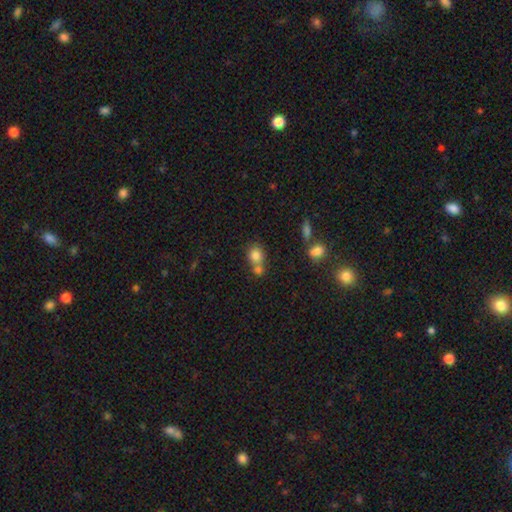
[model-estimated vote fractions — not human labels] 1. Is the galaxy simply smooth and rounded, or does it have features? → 81% smooth, 11% star or artifact, 8% featured or disk.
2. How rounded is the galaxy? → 69% round, 30% in between, 1% cigar-shaped.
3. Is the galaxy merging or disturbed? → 44% none, 43% merger, 9% minor disturbance, 4% major disturbance.